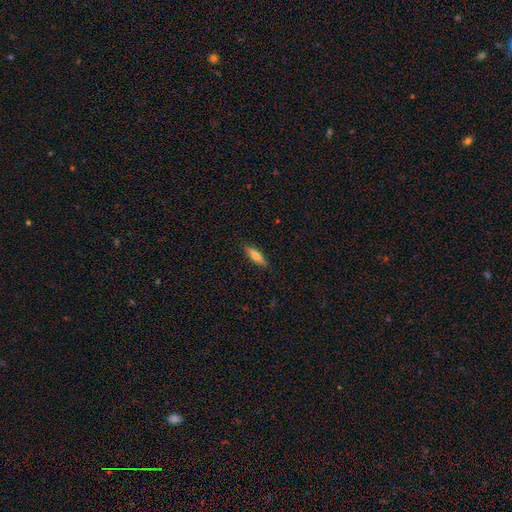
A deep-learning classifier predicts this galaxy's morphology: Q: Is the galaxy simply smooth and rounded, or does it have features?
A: smooth — 65%.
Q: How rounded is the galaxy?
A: cigar-shaped — 72%.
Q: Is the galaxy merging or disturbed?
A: none — 88%.